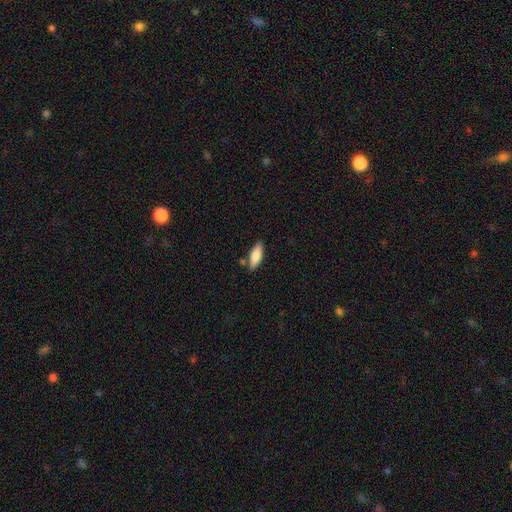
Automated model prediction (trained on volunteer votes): smooth 81%, featured or disk 13%, star or artifact 6%. Down the decision tree: how rounded — in between (67%); merging — none (79%).